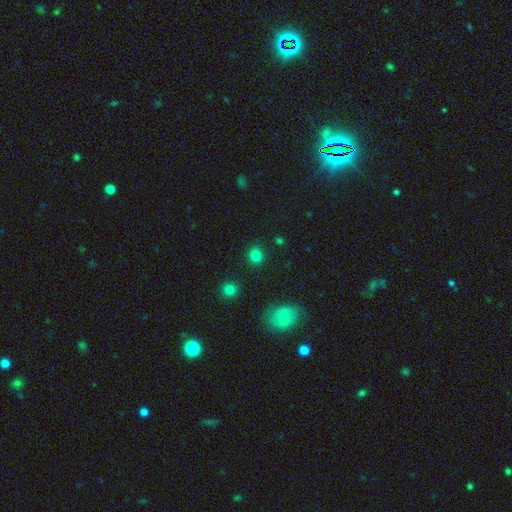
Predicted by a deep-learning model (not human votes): smooth 83%, star or artifact 12%, featured or disk 5%. Down the decision tree: how rounded — round (80%); merging — none (88%).